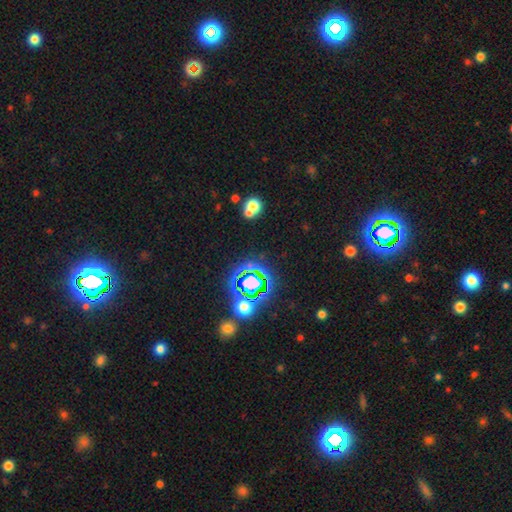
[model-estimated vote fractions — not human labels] Smooth or featured: star or artifact — 77% (smooth — 15%)